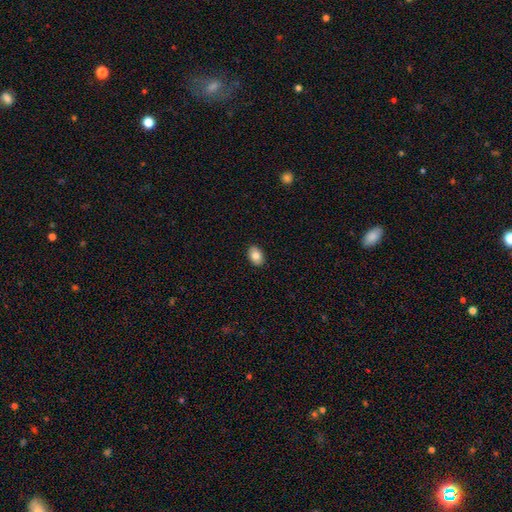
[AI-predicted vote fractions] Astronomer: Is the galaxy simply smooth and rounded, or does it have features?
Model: smooth — 82%.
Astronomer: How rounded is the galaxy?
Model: in between — 81%.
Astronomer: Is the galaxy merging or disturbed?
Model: none — 90%.